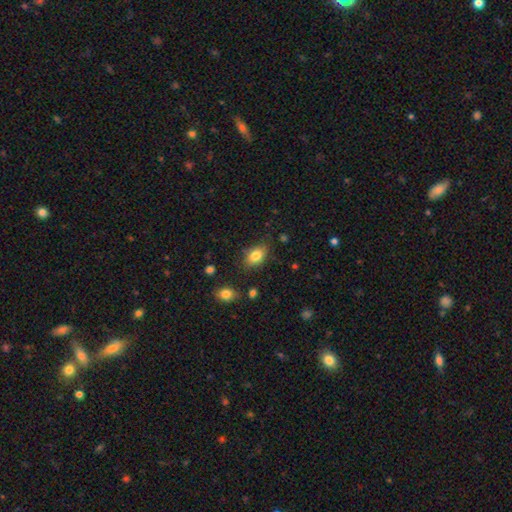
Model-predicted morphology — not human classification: The model was most divided on "merging": none: 78%, minor disturbance: 16%, major disturbance: 4%, merger: 2%. More confident: how rounded — in between (82%); smooth or featured — smooth (82%).